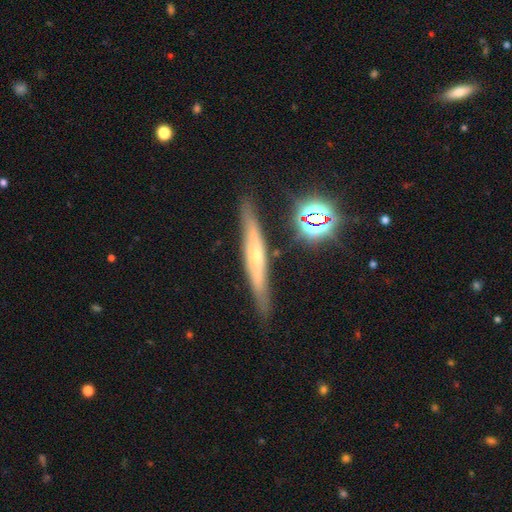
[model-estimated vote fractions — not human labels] This is likely a featured or disk galaxy (61%). It is clearly viewed edge-on (87%). Edge-on bulge: likely rounded (63%). Merging: clearly none (84%).